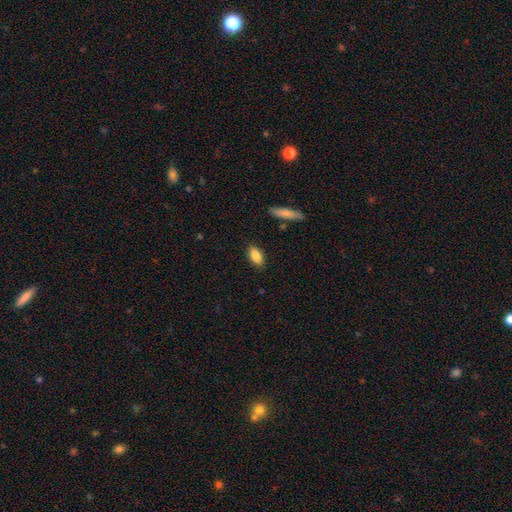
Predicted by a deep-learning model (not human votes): The model was most divided on "smooth or featured": smooth: 83%, featured or disk: 10%, star or artifact: 7%. More confident: merging — none (87%); how rounded — in between (85%).